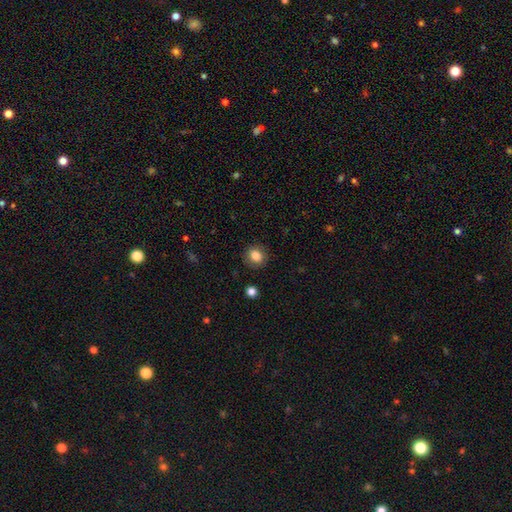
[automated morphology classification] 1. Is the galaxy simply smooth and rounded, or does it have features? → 83% smooth, 10% star or artifact, 7% featured or disk.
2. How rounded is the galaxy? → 72% round, 27% in between, 1% cigar-shaped.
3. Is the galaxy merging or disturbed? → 86% none, 10% minor disturbance, 3% major disturbance, 1% merger.